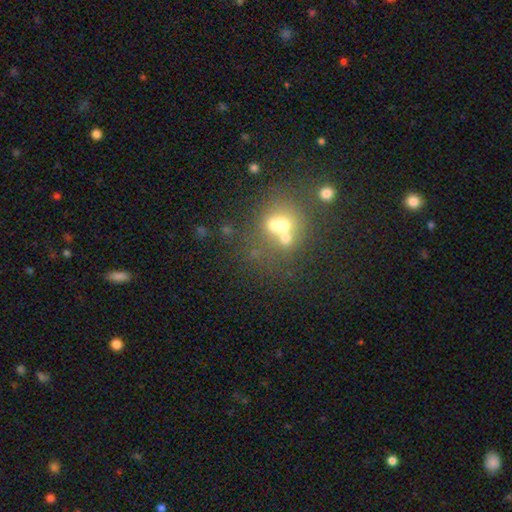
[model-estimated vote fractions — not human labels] This is possibly a smooth galaxy (49%). Merging: possibly merger (48%).